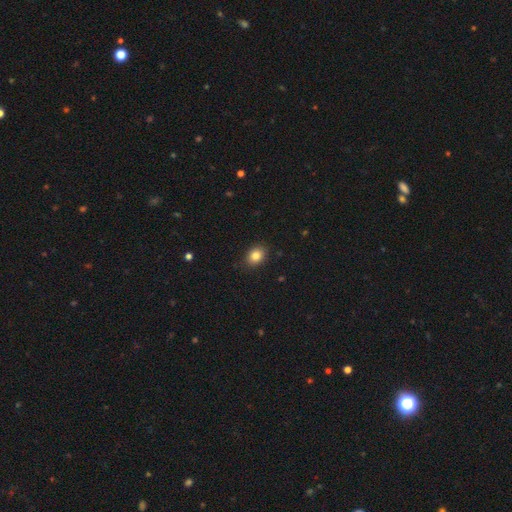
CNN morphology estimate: Q: Smooth or featured?
A: smooth (84%); runner-up: star or artifact (10%)
Q: How rounded?
A: in between (57%); runner-up: round (42%)
Q: Merging?
A: none (88%); runner-up: minor disturbance (9%)